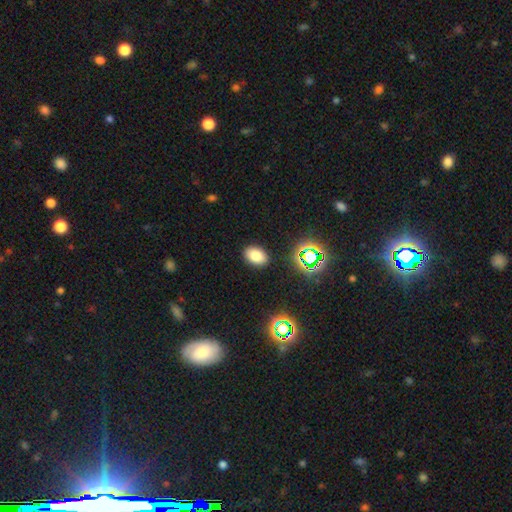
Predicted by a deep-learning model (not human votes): Smooth or featured? Predicted: smooth (p=0.76). How rounded? Predicted: in between (p=0.83). Merging? Predicted: none (p=0.88).